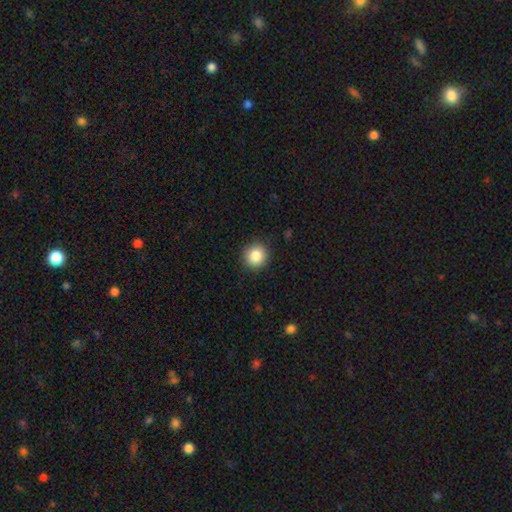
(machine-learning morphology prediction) This appears to be a smooth galaxy with no disk features (86%) that is round (93%). Merging: none (91%).